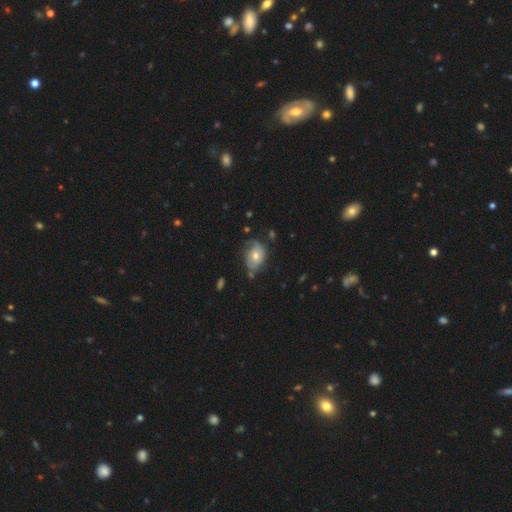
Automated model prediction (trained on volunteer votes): smooth-or-featured: featured or disk: 48% | smooth: 44% | star or artifact: 8%
  merging: none: 53% | minor disturbance: 31% | major disturbance: 12% | merger: 4%